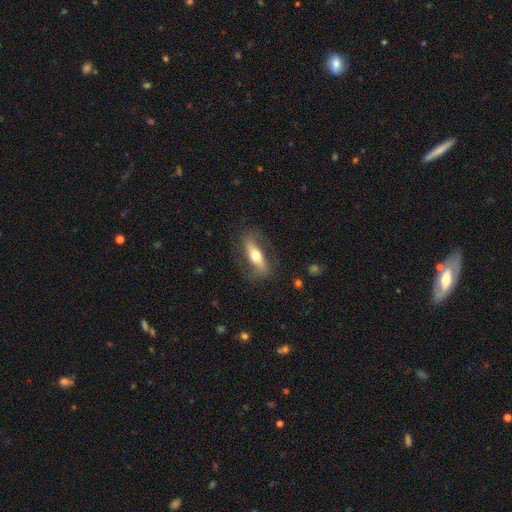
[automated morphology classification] smooth_or_featured: featured or disk (p=0.63) [alt: smooth p=0.32]
disk_edge_on: no (p=0.59) [alt: yes p=0.41]
merging: none (p=0.76) [alt: minor disturbance p=0.15]